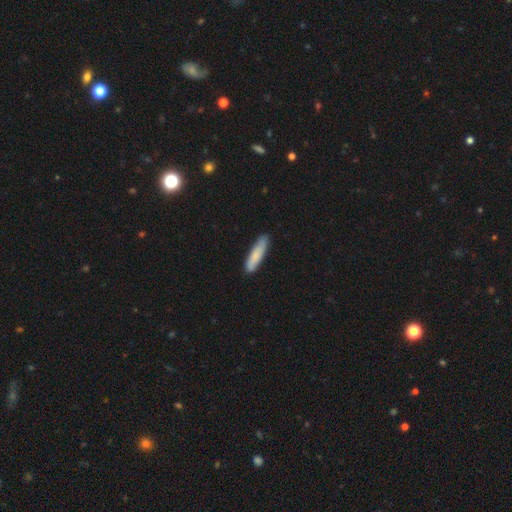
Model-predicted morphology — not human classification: smooth_or_featured: smooth (p=0.81) [alt: featured or disk p=0.14]
how_rounded: cigar-shaped (p=0.78) [alt: in between p=0.20]
merging: none (p=0.85) [alt: minor disturbance p=0.12]